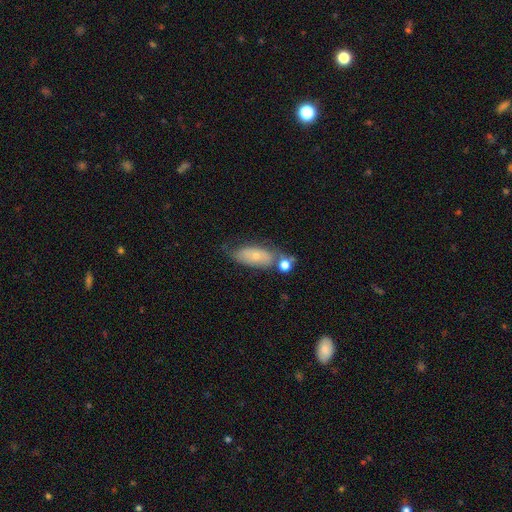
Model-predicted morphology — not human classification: smooth 59%, featured or disk 33%, star or artifact 8%. Down the decision tree: how rounded — in between (80%); merging — none (45%).